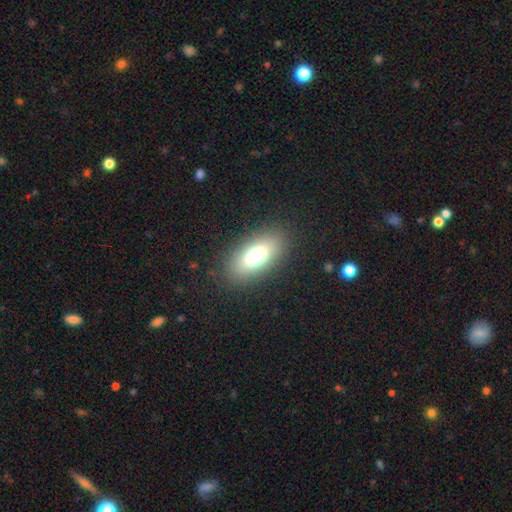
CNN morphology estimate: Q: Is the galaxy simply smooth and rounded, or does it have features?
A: smooth — 70%.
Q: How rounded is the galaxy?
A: in between — 86%.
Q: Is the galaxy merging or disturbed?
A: none — 85%.